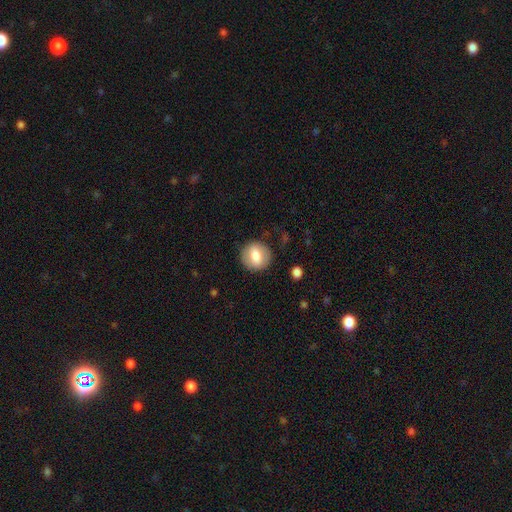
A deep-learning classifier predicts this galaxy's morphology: Smooth or featured?
  - smooth: 71% *
  - featured or disk: 21%
  - star or artifact: 7%
How rounded?
  - round: 78% *
  - in between: 21%
  - cigar-shaped: 1%
Merging?
  - none: 85% *
  - minor disturbance: 10%
  - major disturbance: 4%
  - merger: 1%